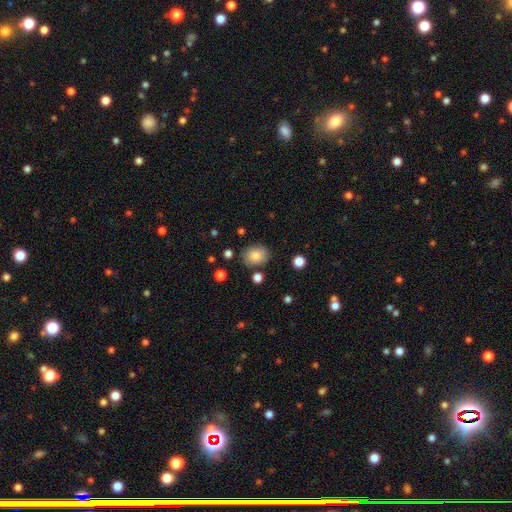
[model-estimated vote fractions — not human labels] Smooth or featured?
  - smooth: 83% *
  - star or artifact: 9%
  - featured or disk: 7%
How rounded?
  - round: 53% *
  - in between: 46%
  - cigar-shaped: 1%
Merging?
  - none: 81% *
  - minor disturbance: 12%
  - merger: 4%
  - major disturbance: 3%